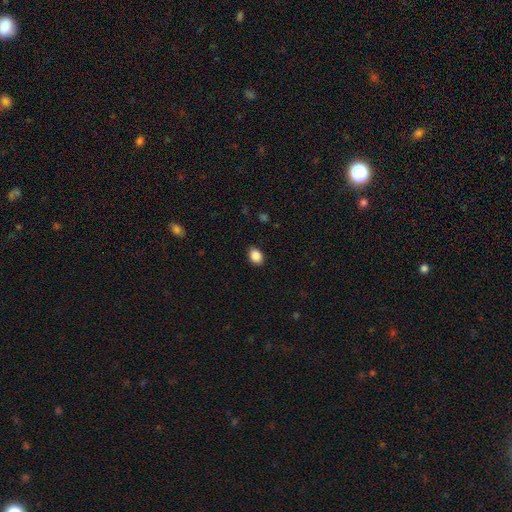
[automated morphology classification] This appears to be a smooth galaxy with no disk features (88%) that is in between round and cigar-shaped (71%). Merging: none (88%).